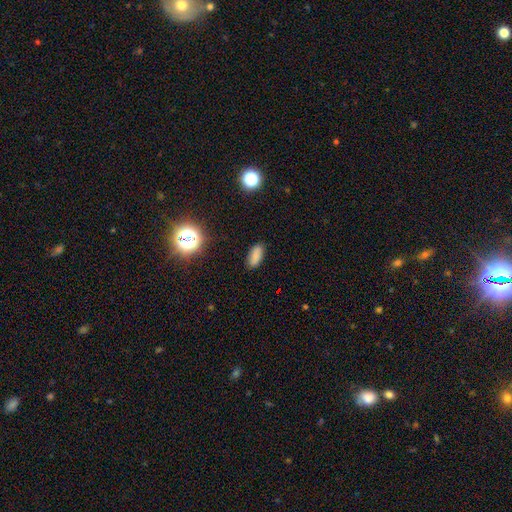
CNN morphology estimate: This is likely a smooth galaxy (79%). How rounded: clearly in between (85%). Merging: clearly none (85%).